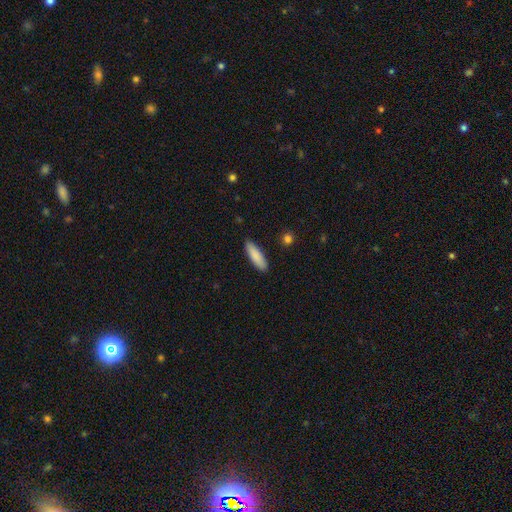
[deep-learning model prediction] Morphology: type=smooth (87%); roundness=cigar-shaped (58%); merging=none (88%).